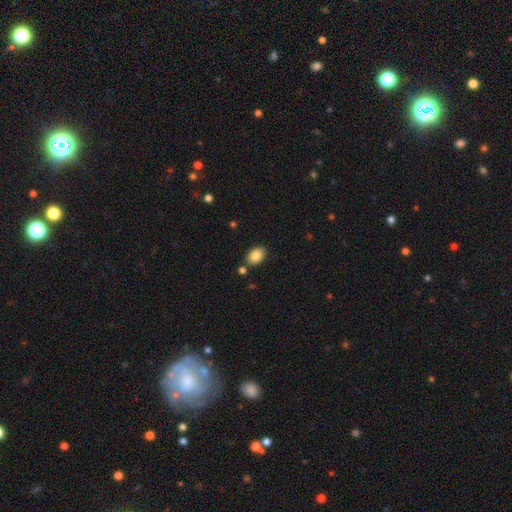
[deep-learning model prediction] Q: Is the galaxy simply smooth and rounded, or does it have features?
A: smooth — 85%.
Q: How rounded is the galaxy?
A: in between — 84%.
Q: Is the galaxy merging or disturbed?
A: none — 80%.